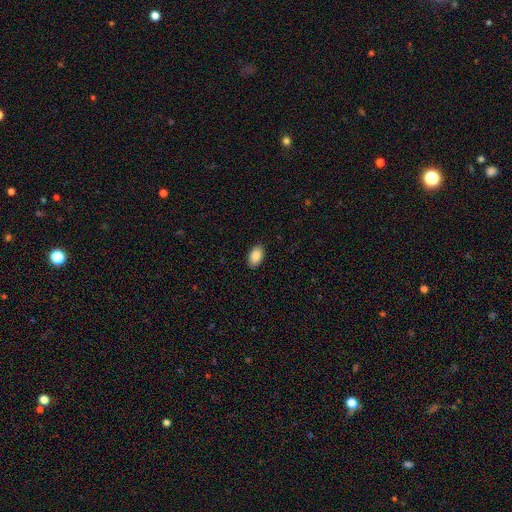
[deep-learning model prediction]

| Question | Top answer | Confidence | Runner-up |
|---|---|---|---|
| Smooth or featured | smooth | 89% | star or artifact (7%) |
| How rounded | in between | 93% | round (6%) |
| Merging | none | 89% | minor disturbance (8%) |